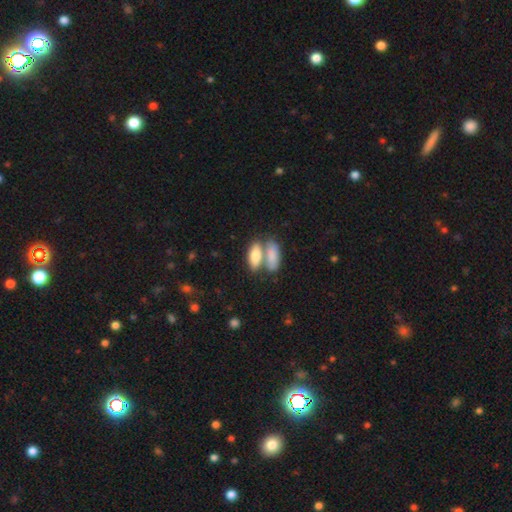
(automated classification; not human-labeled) A smooth galaxy with no disk features (81%) that is in between round and cigar-shaped (82%). Merging: merger (55%).